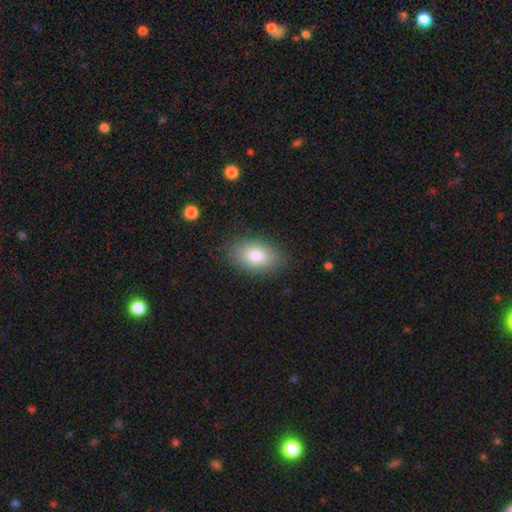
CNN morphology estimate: Q: Smooth or featured?
A: smooth (82%); runner-up: featured or disk (11%)
Q: How rounded?
A: in between (90%); runner-up: round (8%)
Q: Merging?
A: none (85%); runner-up: minor disturbance (11%)